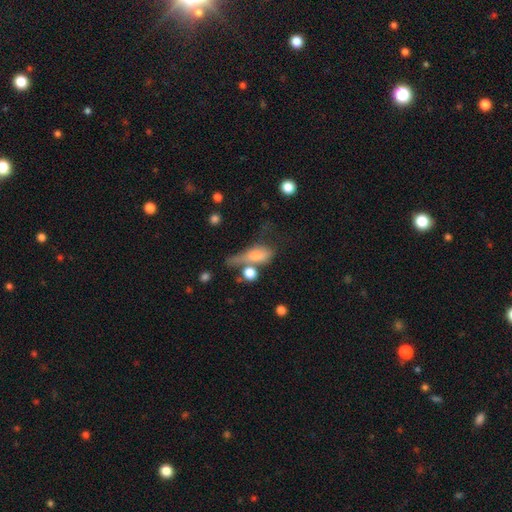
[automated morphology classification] Smooth or featured? smooth (60%)
How rounded? in between (63%)
Merging? major disturbance (28%)